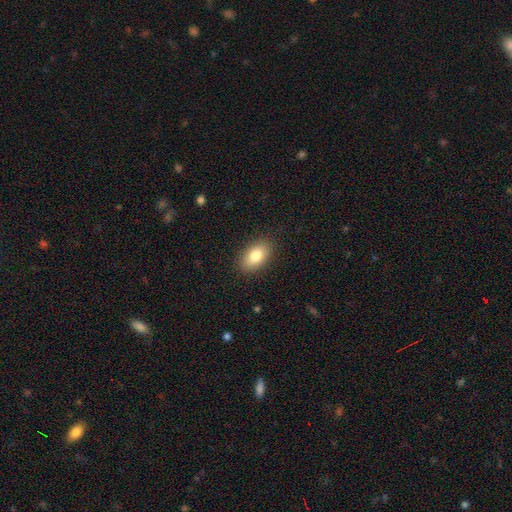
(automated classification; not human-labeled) Smooth or featured? Predicted: smooth (p=0.81). How rounded? Predicted: in between (p=0.90). Merging? Predicted: none (p=0.87).